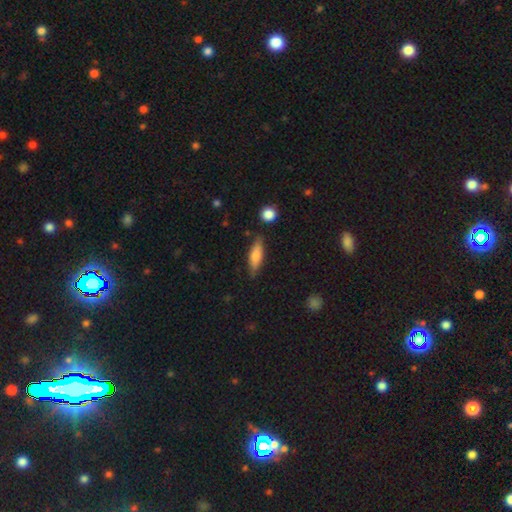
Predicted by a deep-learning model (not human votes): This appears to be a smooth galaxy with no disk features (67%) that is cigar-shaped (54%). Merging: none (79%).